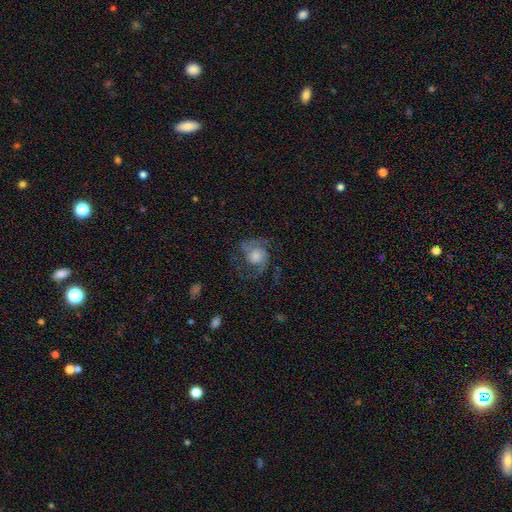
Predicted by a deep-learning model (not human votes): A featured or disk galaxy (75%) with no bar (70%), 2 (65%) medium (51%) spiral arms (93%) and a moderate central bulge (41%).

Vote fractions:
- Smooth or featured? featured or disk: 75% / smooth: 16% / star or artifact: 9%
- Edge-on disk? no: 98% / yes: 2%
- Bar? no: 70% / weak: 26% / strong: 4%
- Spiral arms? yes: 93% / no: 7%
- Spiral winding? medium: 51% / tight: 28% / loose: 21%
- Spiral arm count? 2: 65% / 3: 12% / can't tell: 12% / 1: 5% / 4: 3% / more than 4: 3%
- Bulge size? moderate: 41% / large: 29% / small: 18% / none: 9% / dominant: 4%
- Merging? none: 61% / major disturbance: 19% / minor disturbance: 18% / merger: 2%